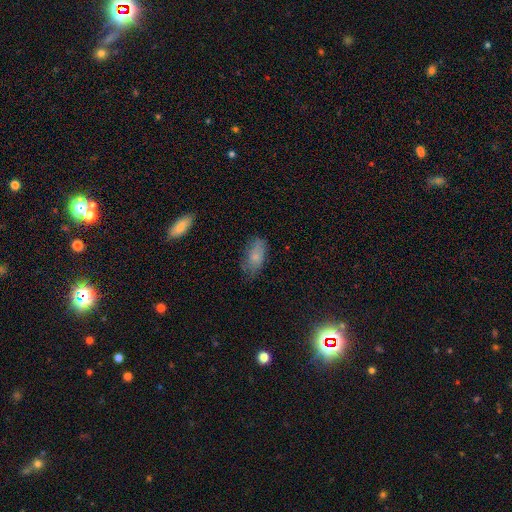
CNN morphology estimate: Smooth or featured? smooth (77%)
How rounded? in between (91%)
Merging? none (64%)